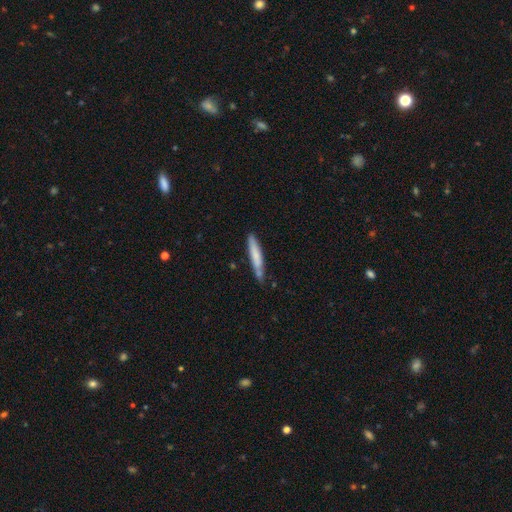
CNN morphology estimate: type=smooth (70%); roundness=cigar-shaped (93%); merging=none (72%).